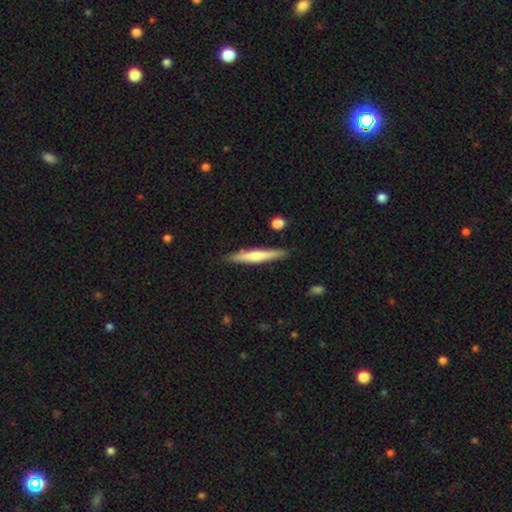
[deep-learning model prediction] Overall: featured or disk (49%; smooth 45%). Merging: none (88%).